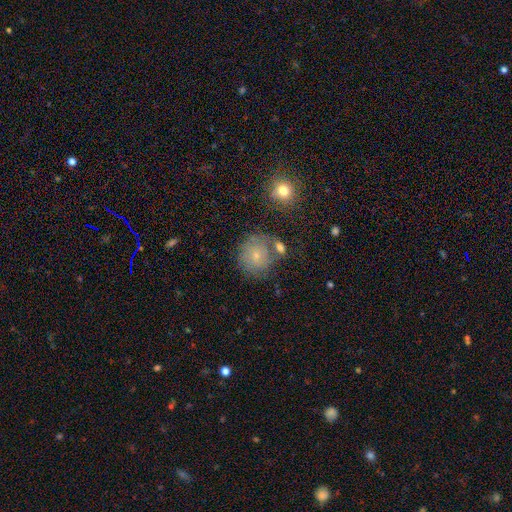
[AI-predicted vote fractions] smooth_or_featured: smooth (p=0.62) [alt: featured or disk p=0.27]
how_rounded: round (p=0.85) [alt: in between p=0.14]
merging: none (p=0.60) [alt: minor disturbance p=0.19]